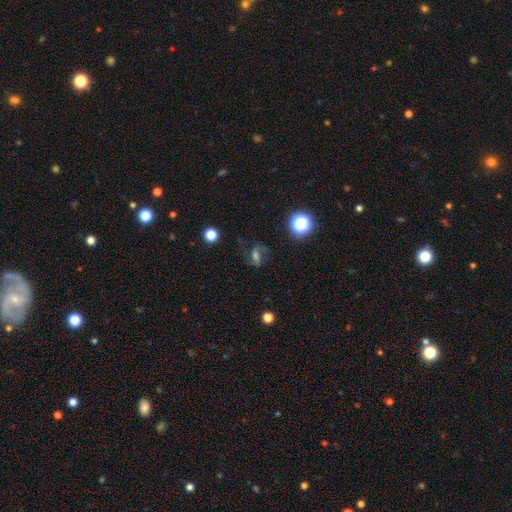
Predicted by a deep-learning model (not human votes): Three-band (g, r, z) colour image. It shows a featured or disk galaxy (48%). Merging: none (66%).